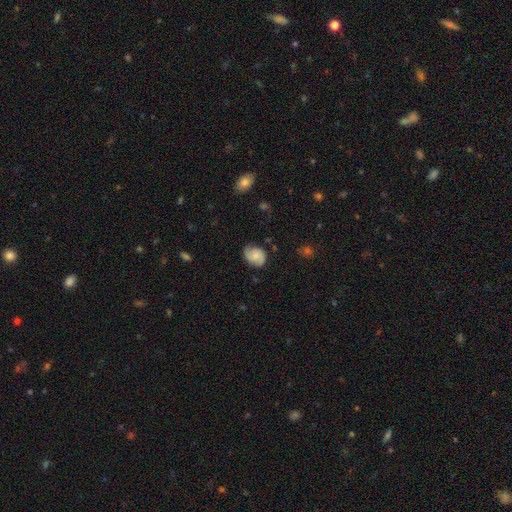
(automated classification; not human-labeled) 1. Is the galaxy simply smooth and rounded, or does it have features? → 52% smooth, 40% featured or disk, 8% star or artifact.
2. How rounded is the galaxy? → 60% in between, 39% round, 1% cigar-shaped.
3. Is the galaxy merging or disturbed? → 72% none, 21% minor disturbance, 5% major disturbance, 1% merger.